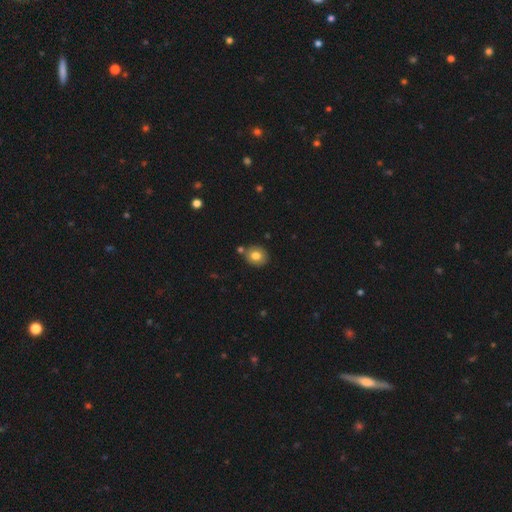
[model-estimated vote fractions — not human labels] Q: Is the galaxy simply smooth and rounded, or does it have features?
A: smooth — 79%.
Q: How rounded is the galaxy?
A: round — 73%.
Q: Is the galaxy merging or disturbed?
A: none — 77%.